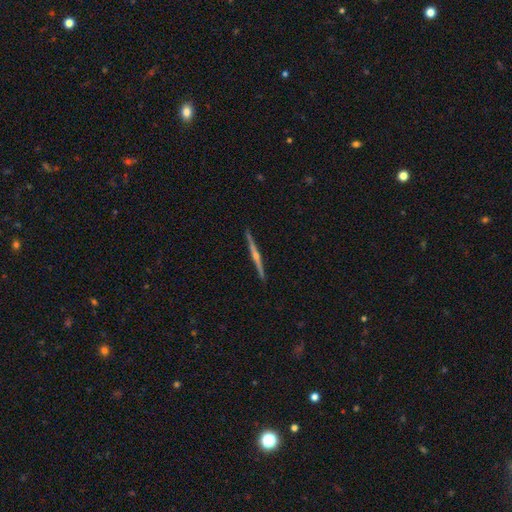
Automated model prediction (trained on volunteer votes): smooth_or_featured: featured or disk (p=0.82) [alt: smooth p=0.12]
disk_edge_on: yes (p=0.99) [alt: no p=0.01]
edge_on_bulge: rounded (p=0.84) [alt: none p=0.11]
merging: none (p=0.92) [alt: minor disturbance p=0.06]